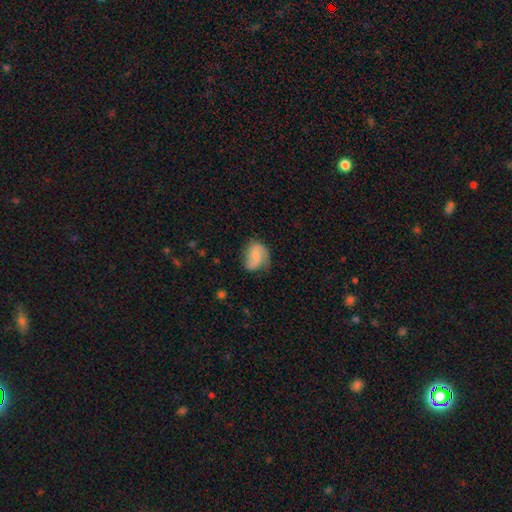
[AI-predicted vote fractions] Q: Smooth or featured?
A: featured or disk (53%); runner-up: smooth (39%)
Q: Edge-on disk?
A: no (97%); runner-up: yes (3%)
Q: Bar?
A: no (52%); runner-up: weak (38%)
Q: Spiral arms?
A: yes (89%); runner-up: no (11%)
Q: Bulge size?
A: small (47%); runner-up: moderate (27%)
Q: Merging?
A: none (57%); runner-up: minor disturbance (28%)